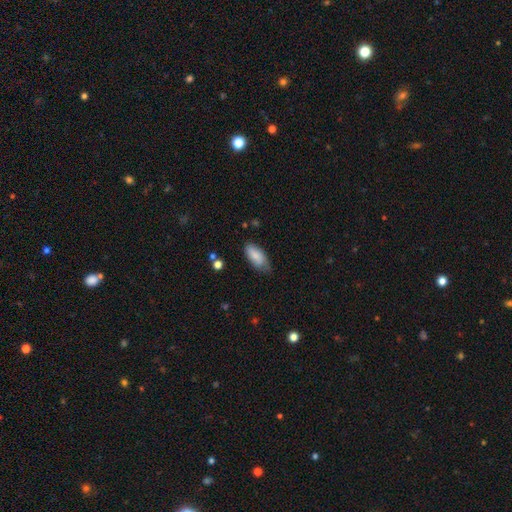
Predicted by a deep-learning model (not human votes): Overall: smooth (84%). How rounded: in between (88%). Merging: none (59%; minor disturbance 32%).